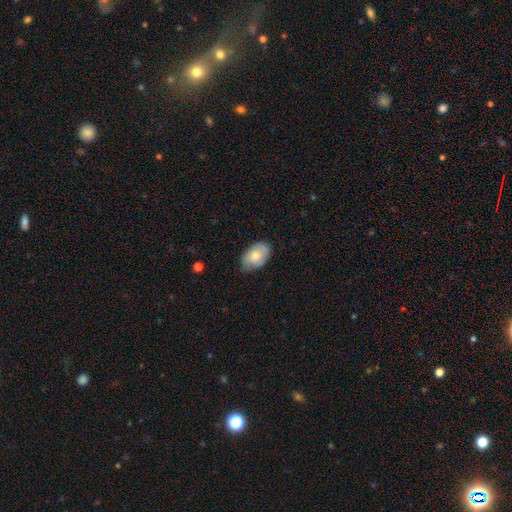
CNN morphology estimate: Smooth or featured?
  - smooth: 68% *
  - featured or disk: 26%
  - star or artifact: 6%
How rounded?
  - in between: 91% *
  - round: 8%
  - cigar-shaped: 1%
Merging?
  - none: 71% *
  - minor disturbance: 24%
  - major disturbance: 4%
  - merger: 1%